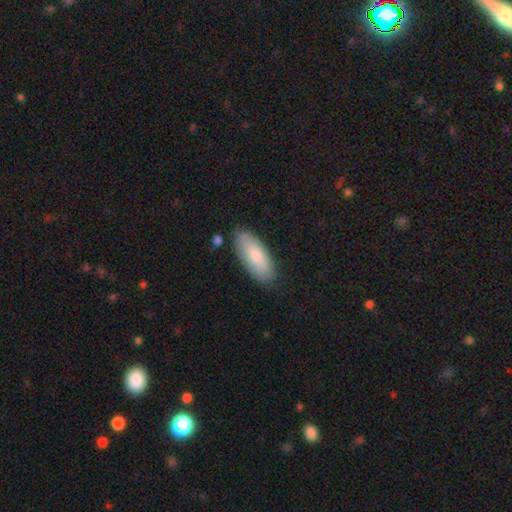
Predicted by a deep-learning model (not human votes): This appears to be a smooth galaxy with no disk features (82%) that is in between round and cigar-shaped (82%). Merging: none (82%).